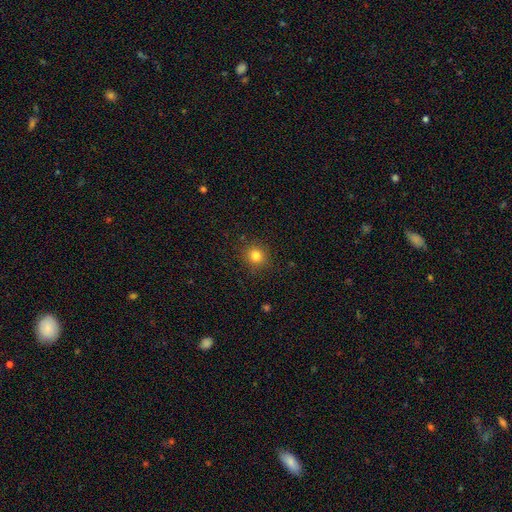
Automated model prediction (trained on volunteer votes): smooth 82%, star or artifact 13%, featured or disk 6%. Down the decision tree: how rounded — round (86%); merging — none (89%).